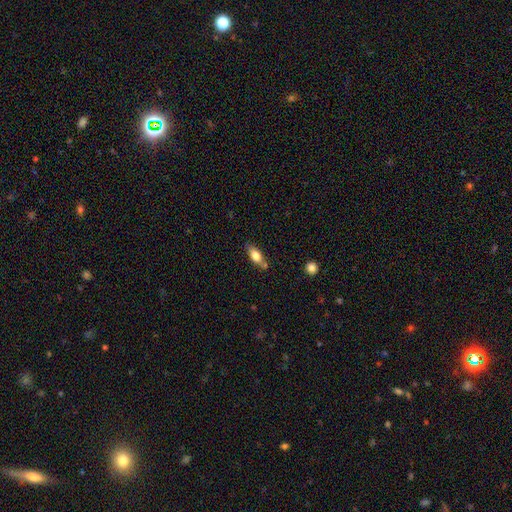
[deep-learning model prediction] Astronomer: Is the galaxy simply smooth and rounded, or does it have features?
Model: smooth — 69%.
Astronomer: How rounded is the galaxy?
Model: in between — 74%.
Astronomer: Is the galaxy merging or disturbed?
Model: none — 65%.